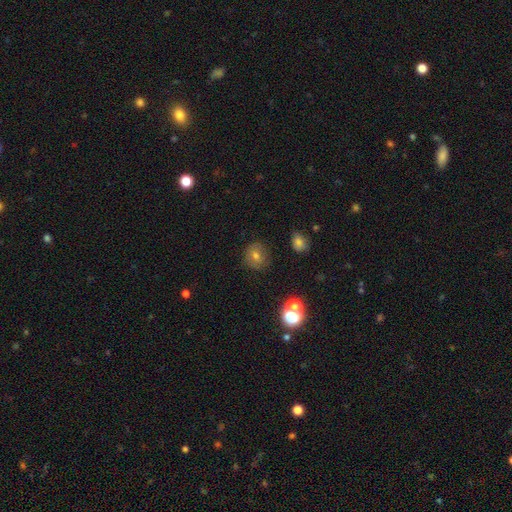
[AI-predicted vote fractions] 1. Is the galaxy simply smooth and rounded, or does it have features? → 62% smooth, 21% star or artifact, 17% featured or disk.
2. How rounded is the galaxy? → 84% round, 15% in between, 1% cigar-shaped.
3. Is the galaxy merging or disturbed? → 84% none, 10% minor disturbance, 3% major disturbance, 3% merger.